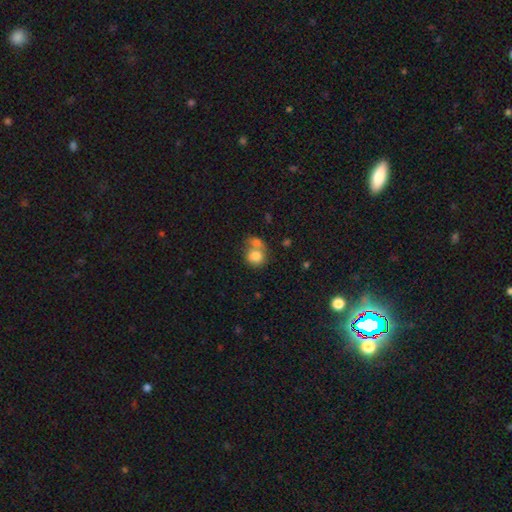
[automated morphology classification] smooth_or_featured: smooth (p=0.78) [alt: featured or disk p=0.13]
how_rounded: round (p=0.77) [alt: in between p=0.22]
merging: merger (p=0.53) [alt: none p=0.33]